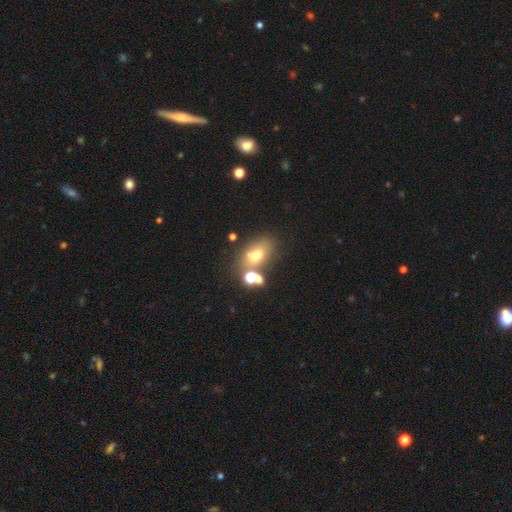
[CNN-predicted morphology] Smooth or featured? smooth (63%)
How rounded? in between (72%)
Merging? none (53%)